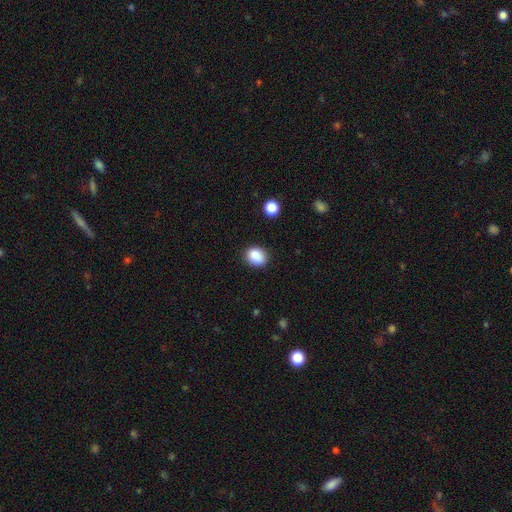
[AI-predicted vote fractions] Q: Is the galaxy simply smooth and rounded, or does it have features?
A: smooth — 87%.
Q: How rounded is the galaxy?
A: round — 50%.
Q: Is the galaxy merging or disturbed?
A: none — 87%.